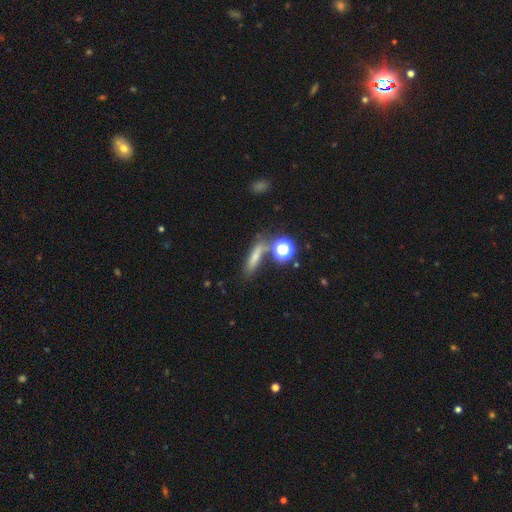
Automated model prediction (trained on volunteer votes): smooth-or-featured: smooth: 63% | featured or disk: 18% | star or artifact: 18%
  how-rounded: cigar-shaped: 63% | in between: 22% | round: 16%
  merging: none: 64% | merger: 15% | minor disturbance: 14% | major disturbance: 7%